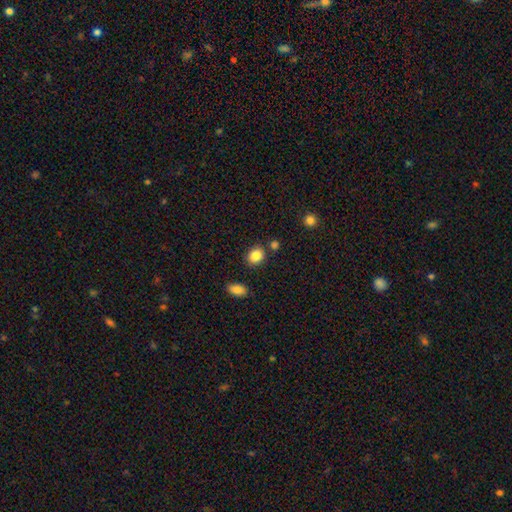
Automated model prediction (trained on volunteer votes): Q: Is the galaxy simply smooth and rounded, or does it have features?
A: smooth — 86%.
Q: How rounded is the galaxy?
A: round — 53%.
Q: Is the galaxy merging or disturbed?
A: none — 79%.